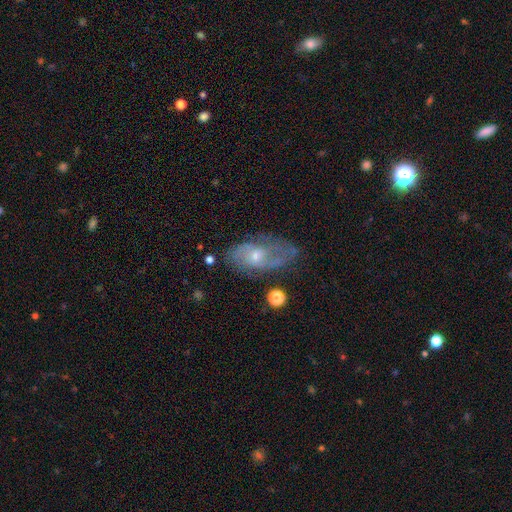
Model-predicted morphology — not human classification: A featured or disk galaxy (71%) with no bar (65%), 2 (56%) medium (44%) spiral arms (85%) and a small central bulge (52%). Merging: none (66%).